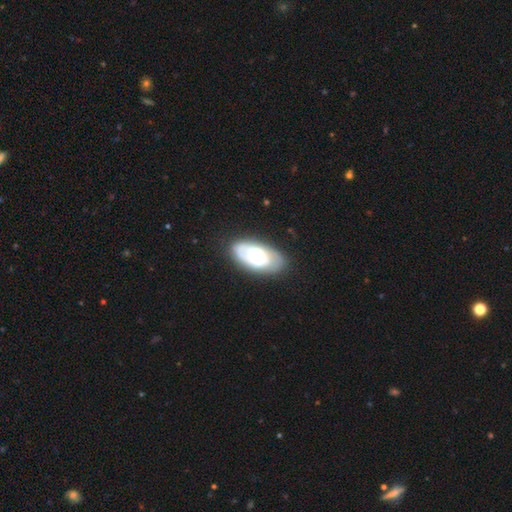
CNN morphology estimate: smooth_or_featured: featured or disk (p=0.63) [alt: smooth p=0.31]
disk_edge_on: no (p=0.94) [alt: yes p=0.06]
bar: no (p=0.42) [alt: weak p=0.38]
has_spiral_arms: yes (p=0.72) [alt: no p=0.28]
bulge_size: moderate (p=0.41) [alt: small p=0.26]
merging: none (p=0.70) [alt: minor disturbance p=0.19]